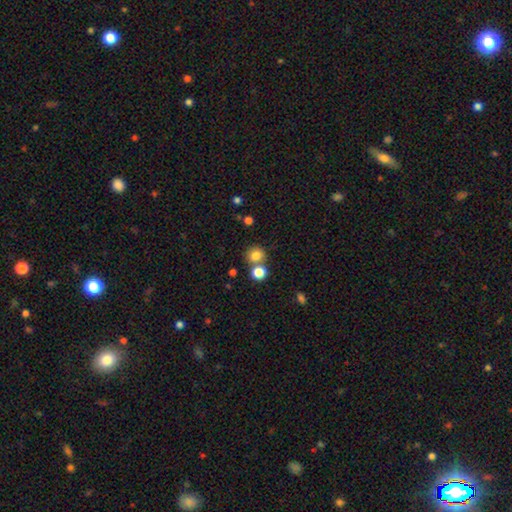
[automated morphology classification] Smooth or featured? Predicted: smooth (p=0.80). How rounded? Predicted: round (p=0.84). Merging? Predicted: none (p=0.64).